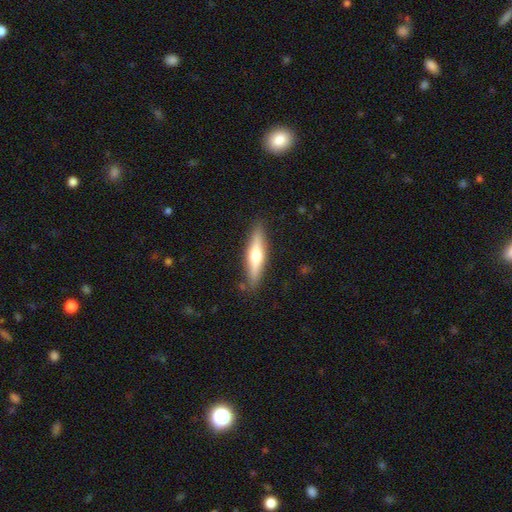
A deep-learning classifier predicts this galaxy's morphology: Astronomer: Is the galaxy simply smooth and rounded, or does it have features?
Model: featured or disk — 50% (runner-up: smooth, 44%).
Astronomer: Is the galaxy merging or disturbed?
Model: none — 86%.